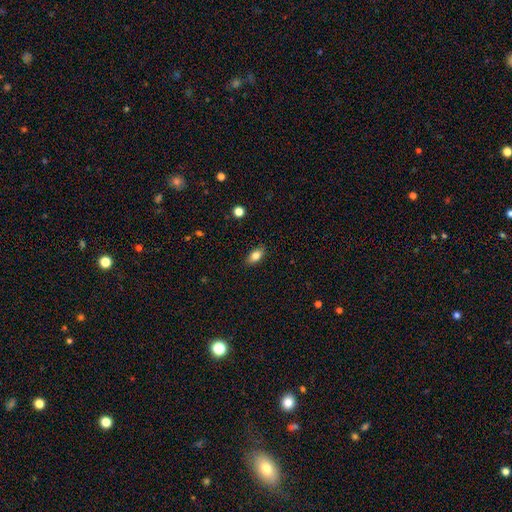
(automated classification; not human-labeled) Smooth or featured: smooth — 82% (featured or disk — 10%)
How rounded: in between — 87% (round — 8%)
Merging: none — 87% (minor disturbance — 10%)